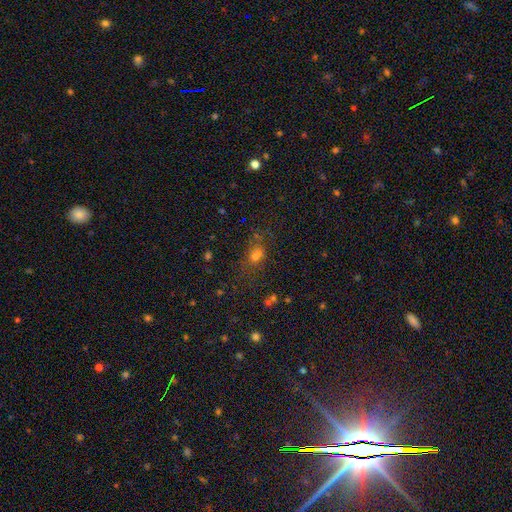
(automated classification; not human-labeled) This is possibly a smooth galaxy (58%). How rounded: possibly in between (52%). Merging: possibly none (51%).